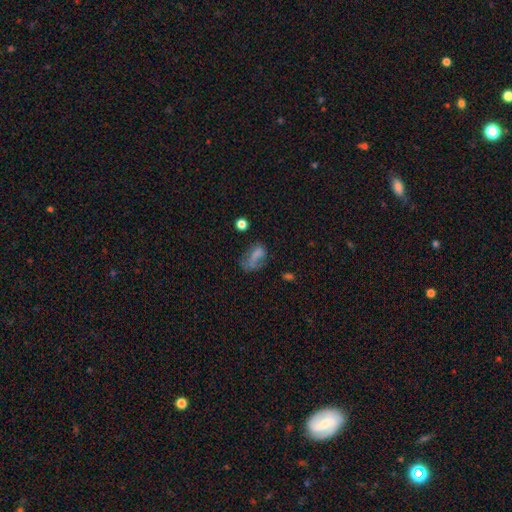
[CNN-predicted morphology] Smooth or featured? Predicted: smooth (p=0.61). How rounded? Predicted: in between (p=0.82). Merging? Predicted: major disturbance (p=0.34, tied with none).